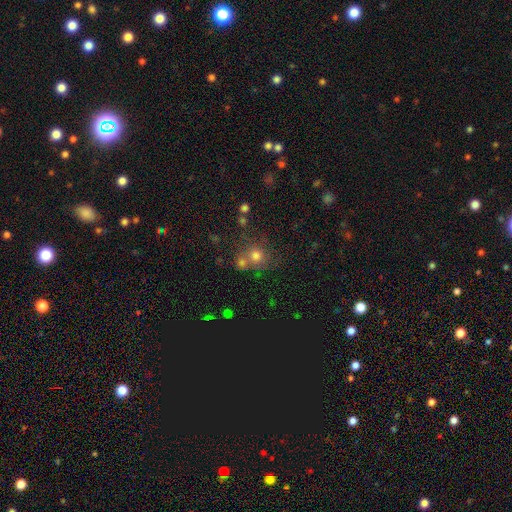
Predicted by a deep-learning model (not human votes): Morphology: type=smooth (74%); roundness=round (86%); merging=none (53%).